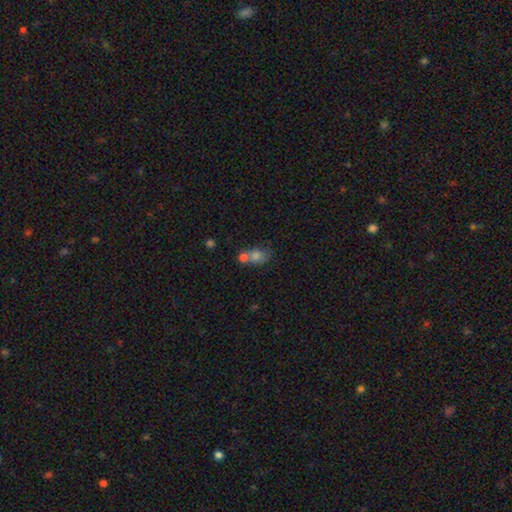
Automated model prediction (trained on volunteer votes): Smooth or featured? smooth (74%)
How rounded? in between (56%)
Merging? merger (50%)